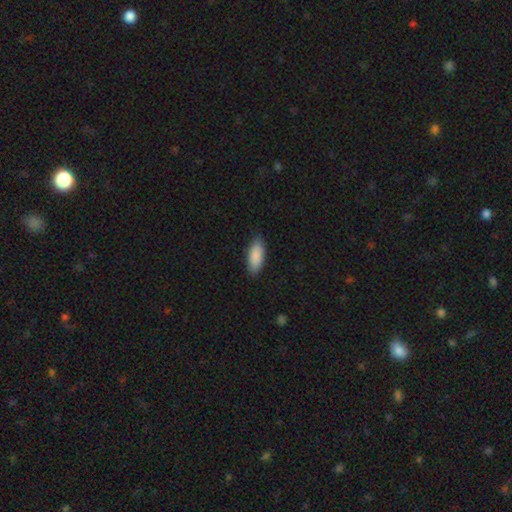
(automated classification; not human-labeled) Smooth or featured: smooth — 90% (star or artifact — 6%)
How rounded: in between — 82% (cigar-shaped — 16%)
Merging: none — 86% (minor disturbance — 11%)